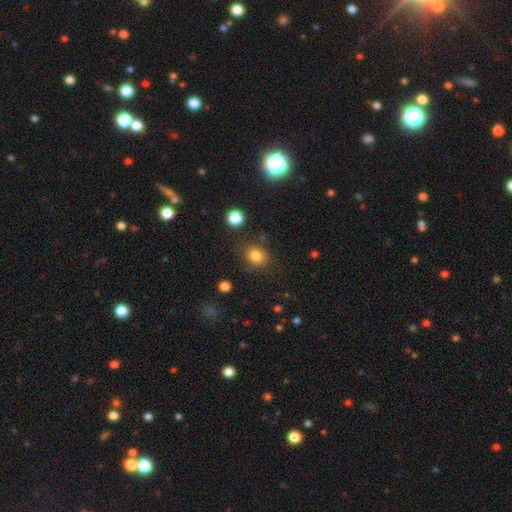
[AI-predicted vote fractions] A smooth galaxy with no disk features (81%) that is round (57%).

Vote fractions:
- Smooth or featured? smooth: 81% / star or artifact: 12% / featured or disk: 7%
- How rounded? round: 57% / in between: 42% / cigar-shaped: 1%
- Merging? none: 75% / minor disturbance: 15% / major disturbance: 5% / merger: 4%